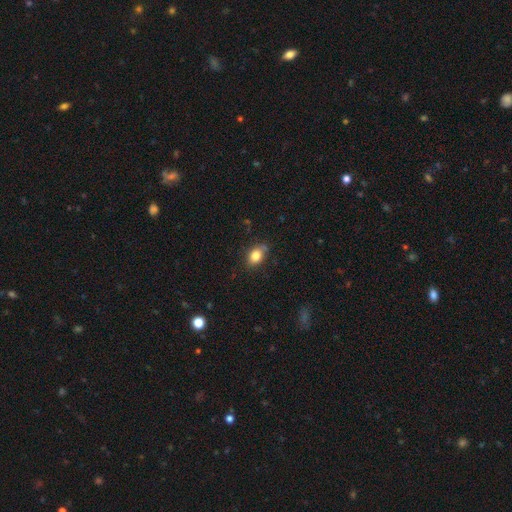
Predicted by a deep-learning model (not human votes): smooth-or-featured: smooth: 82% | star or artifact: 10% | featured or disk: 8%
  how-rounded: in between: 72% | round: 26% | cigar-shaped: 2%
  merging: none: 74% | minor disturbance: 19% | major disturbance: 4% | merger: 3%